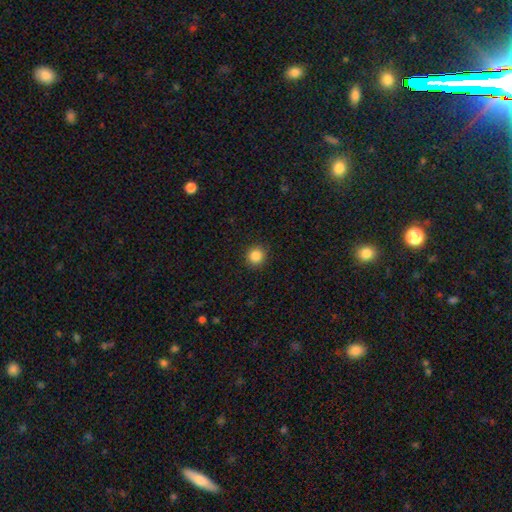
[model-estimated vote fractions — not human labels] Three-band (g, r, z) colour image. It shows a smooth galaxy with no disk features (86%) that is round (92%). Merging: none (90%).